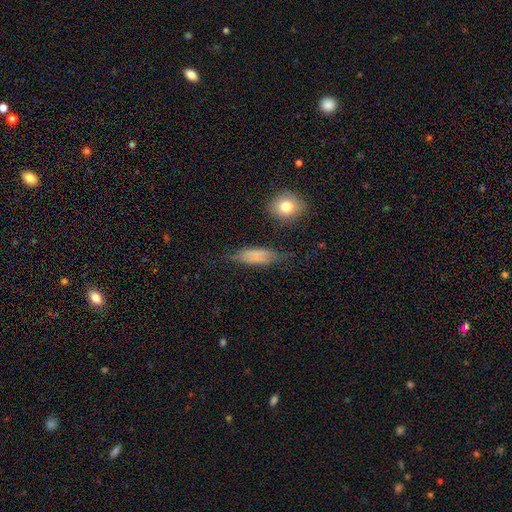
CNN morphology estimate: The model was most divided on "how rounded": in between: 49%, cigar-shaped: 46%, round: 5%. More confident: merging — none (63%); smooth or featured — smooth (62%).